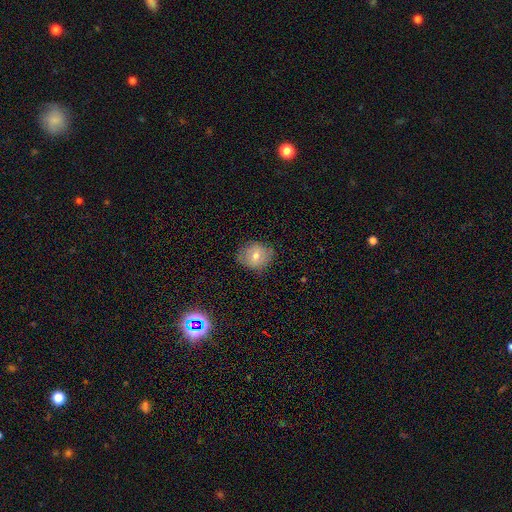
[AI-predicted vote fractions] Smooth or featured? smooth (55%)
How rounded? round (75%)
Merging? none (78%)